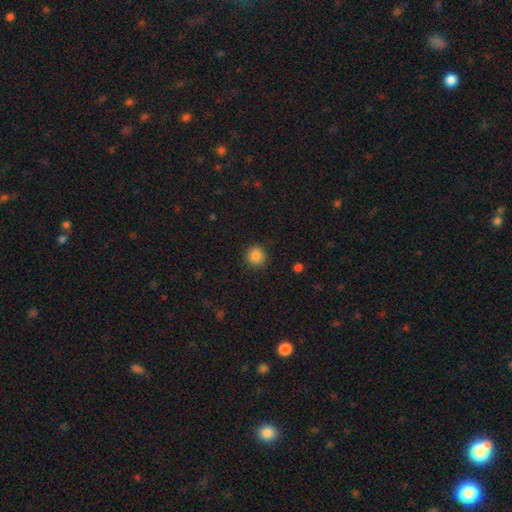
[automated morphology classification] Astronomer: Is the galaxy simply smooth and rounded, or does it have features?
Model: smooth — 87%.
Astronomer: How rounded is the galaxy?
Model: round — 90%.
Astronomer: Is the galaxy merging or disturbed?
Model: none — 89%.